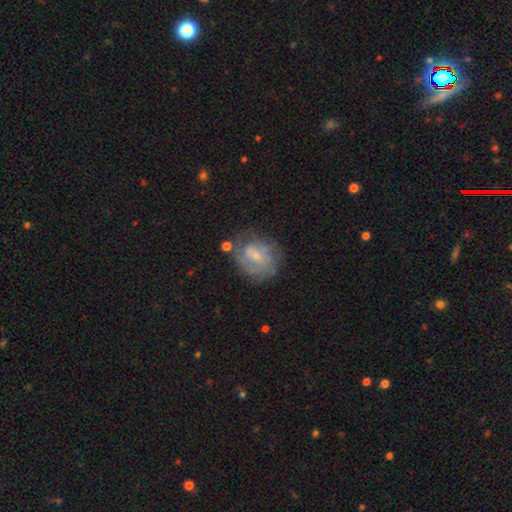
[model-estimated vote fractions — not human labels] A featured or disk galaxy (58%) with no bar (46%), spiral arms (67%) and a small central bulge (66%).

Vote fractions:
- Smooth or featured? featured or disk: 58% / smooth: 33% / star or artifact: 8%
- Edge-on disk? no: 97% / yes: 3%
- Bar? no: 46% / weak: 45% / strong: 9%
- Spiral arms? yes: 67% / no: 33%
- Bulge size? small: 66% / moderate: 22% / none: 10% / large: 2% / dominant: 1%
- Merging? none: 57% / minor disturbance: 23% / major disturbance: 14% / merger: 6%